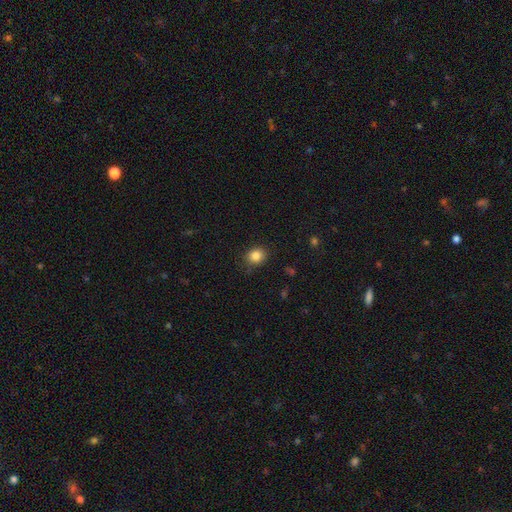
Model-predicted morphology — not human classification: A smooth galaxy with no disk features (85%) that is round (69%). Merging: none (84%).